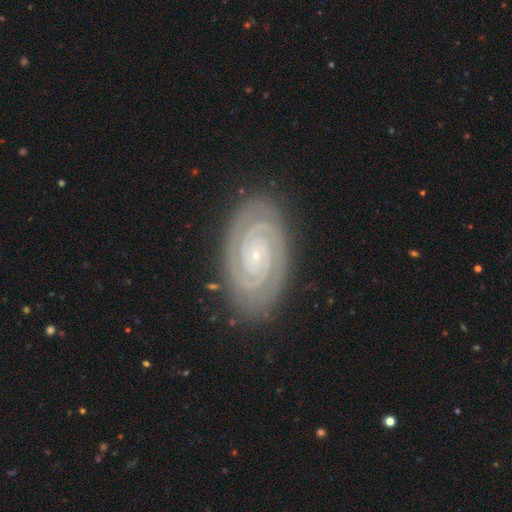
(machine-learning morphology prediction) smooth-or-featured: featured or disk: 92% | star or artifact: 4% | smooth: 3%
  disk-edge-on: no: 97% | yes: 3%
    bar: no: 69% | weak: 21% | strong: 10%
    has-spiral-arms: yes: 99% | no: 1%
      spiral-winding: tight: 87% | medium: 11% | loose: 2%
      spiral-arm-count: 2: 83% | 3: 6% | can't tell: 4% | 4: 3% | more than 4: 2% | 1: 2%
    bulge-size: small: 87% | moderate: 9% | none: 2% | large: 1% | dominant: 1%
  merging: none: 86% | minor disturbance: 10% | major disturbance: 2% | merger: 1%